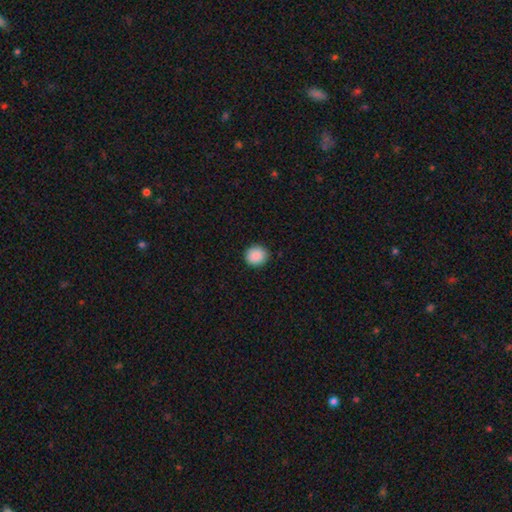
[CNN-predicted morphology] type=smooth (89%); roundness=round (87%); merging=none (91%).